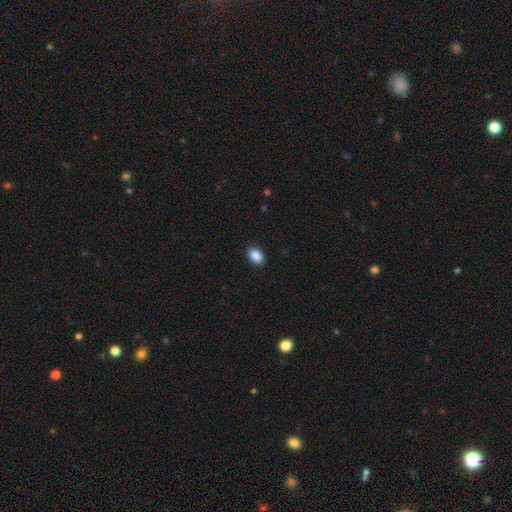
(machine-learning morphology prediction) The model was most divided on "how rounded": in between: 86%, round: 13%, cigar-shaped: 1%. More confident: merging — none (90%); smooth or featured — smooth (89%).